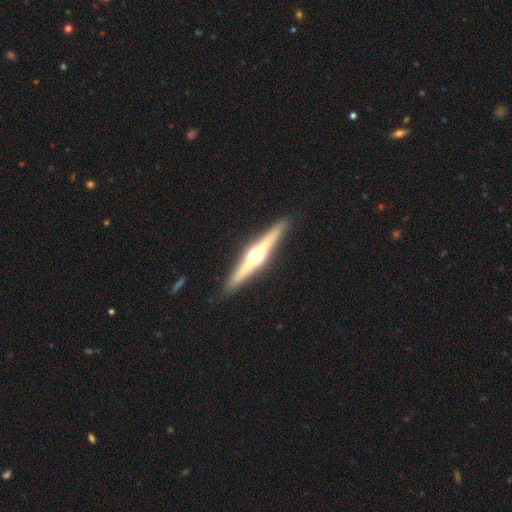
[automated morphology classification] The model was most divided on "smooth or featured": featured or disk: 75%, smooth: 20%, star or artifact: 5%. More confident: edge-on disk — yes (98%); edge-on bulge — rounded (95%); merging — none (91%).